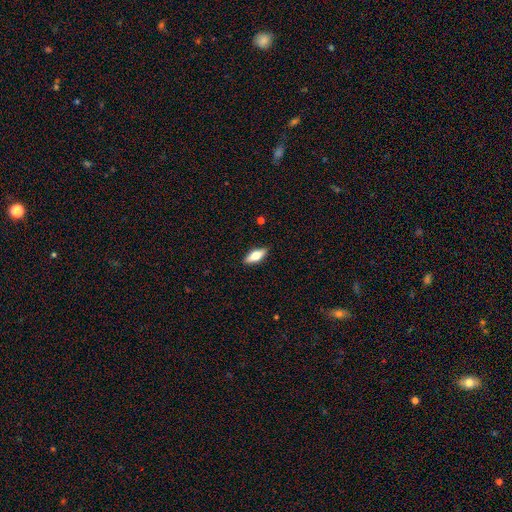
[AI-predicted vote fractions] The model was most divided on "smooth or featured": smooth: 61%, featured or disk: 32%, star or artifact: 6%. More confident: merging — none (89%); how rounded — in between (71%).